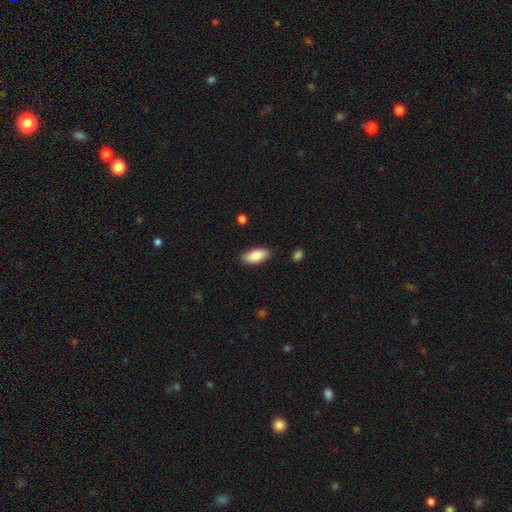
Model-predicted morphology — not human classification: Q: Smooth or featured?
A: smooth (88%); runner-up: star or artifact (6%)
Q: How rounded?
A: in between (91%); runner-up: cigar-shaped (7%)
Q: Merging?
A: none (87%); runner-up: minor disturbance (10%)